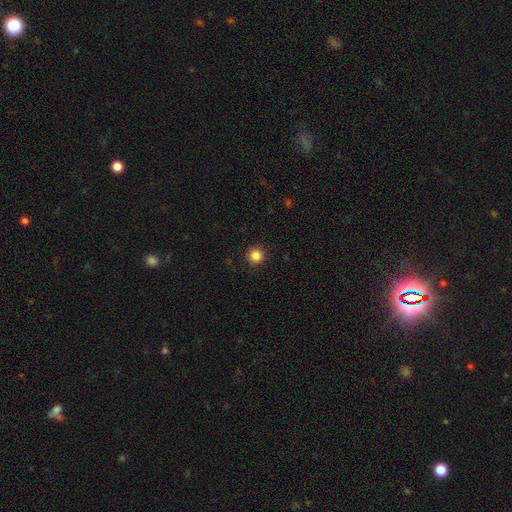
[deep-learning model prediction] smooth 86%, star or artifact 11%, featured or disk 3%. Down the decision tree: how rounded — round (95%); merging — none (92%).